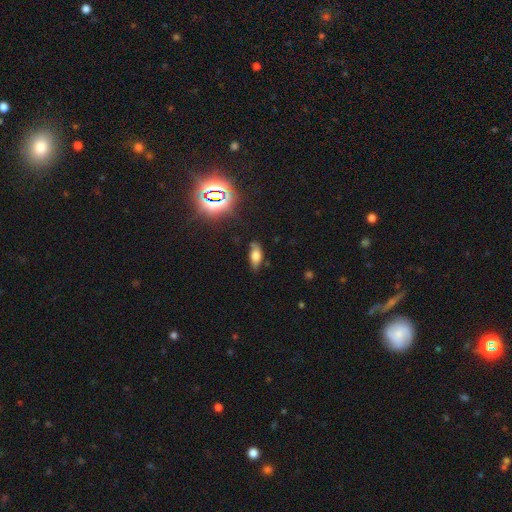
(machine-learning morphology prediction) A smooth galaxy with no disk features (69%) that is in between round and cigar-shaped (84%). Merging: none (75%).